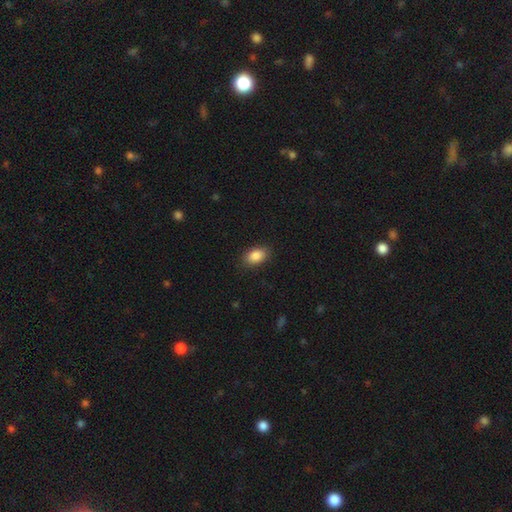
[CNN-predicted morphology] smooth-or-featured: smooth: 88% | star or artifact: 8% | featured or disk: 4%
  how-rounded: in between: 88% | round: 10% | cigar-shaped: 2%
  merging: none: 88% | minor disturbance: 9% | major disturbance: 2% | merger: 1%